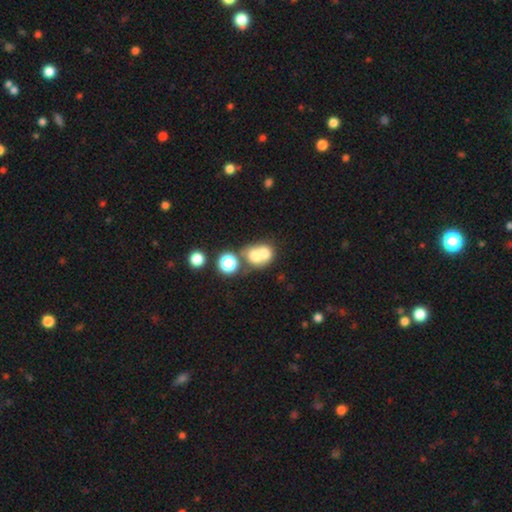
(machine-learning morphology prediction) Smooth or featured: smooth — 67% (featured or disk — 21%)
How rounded: round — 68% (in between — 31%)
Merging: merger — 64% (none — 26%)